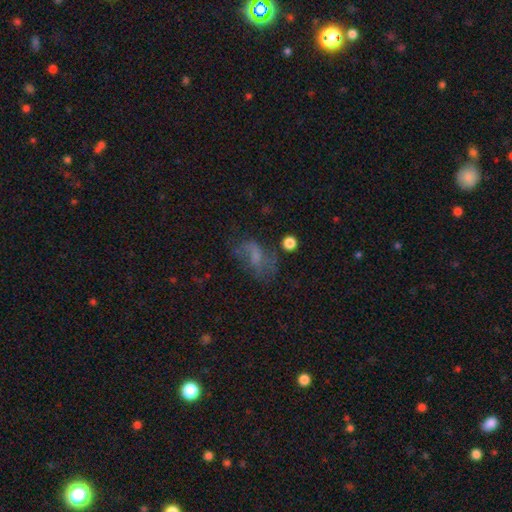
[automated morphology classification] smooth-or-featured: smooth: 43% | featured or disk: 39% | star or artifact: 17%
  merging: none: 41% | major disturbance: 31% | minor disturbance: 23% | merger: 5%